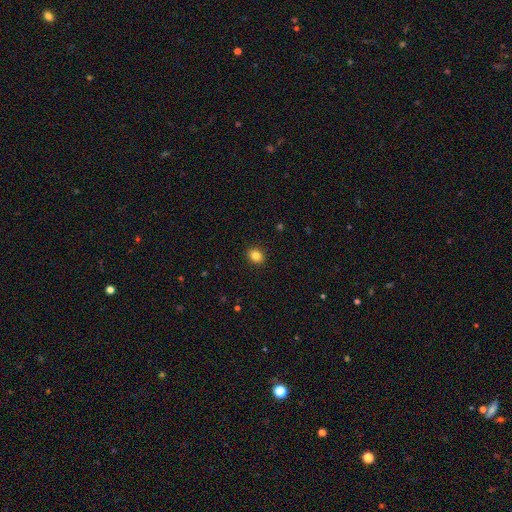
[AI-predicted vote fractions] Overall: smooth (84%). How rounded: round (50%; in between 49%). Merging: none (91%).